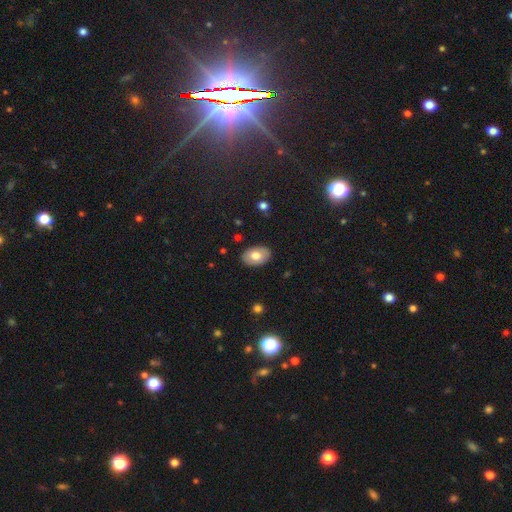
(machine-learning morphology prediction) smooth-or-featured: smooth: 71% | featured or disk: 22% | star or artifact: 7%
  how-rounded: in between: 88% | round: 11% | cigar-shaped: 1%
  merging: none: 86% | minor disturbance: 10% | major disturbance: 2% | merger: 1%